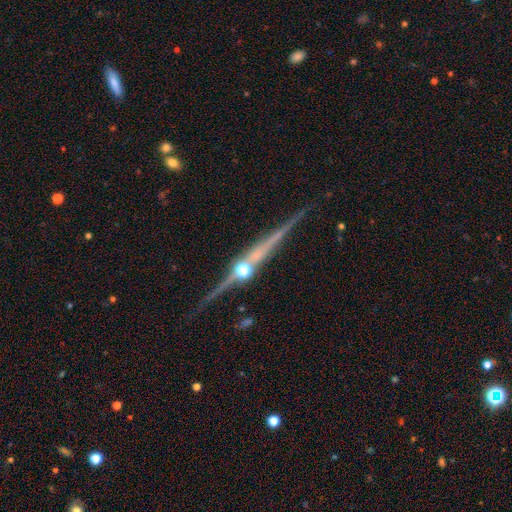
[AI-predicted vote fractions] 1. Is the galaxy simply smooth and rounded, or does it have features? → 85% featured or disk, 7% star or artifact, 7% smooth.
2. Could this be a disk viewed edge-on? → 98% yes, 2% no.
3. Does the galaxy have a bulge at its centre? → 83% rounded, 11% none, 7% boxy.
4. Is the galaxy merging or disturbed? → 85% none, 9% minor disturbance, 4% merger, 2% major disturbance.